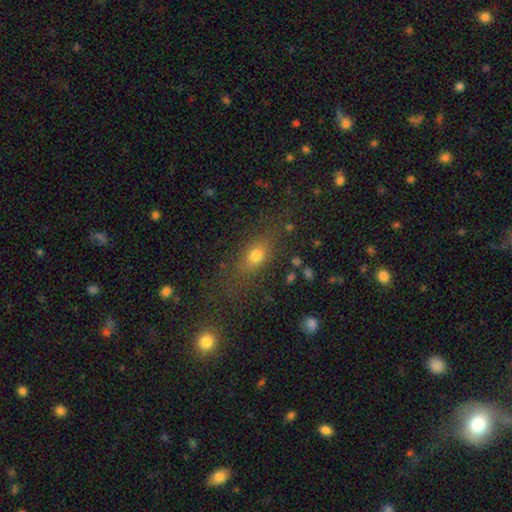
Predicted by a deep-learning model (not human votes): smooth 69%, star or artifact 17%, featured or disk 14%. Down the decision tree: how rounded — in between (61%); merging — none (70%).